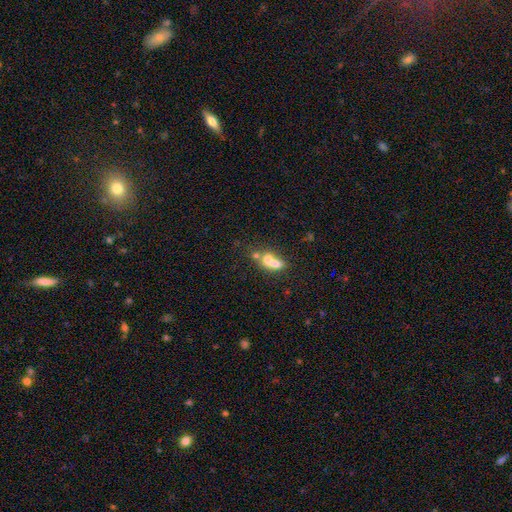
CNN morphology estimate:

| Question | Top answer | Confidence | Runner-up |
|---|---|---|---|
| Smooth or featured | smooth | 53% | featured or disk (26%) |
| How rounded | in between | 52% | round (31%) |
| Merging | merger | 48% | none (33%) |